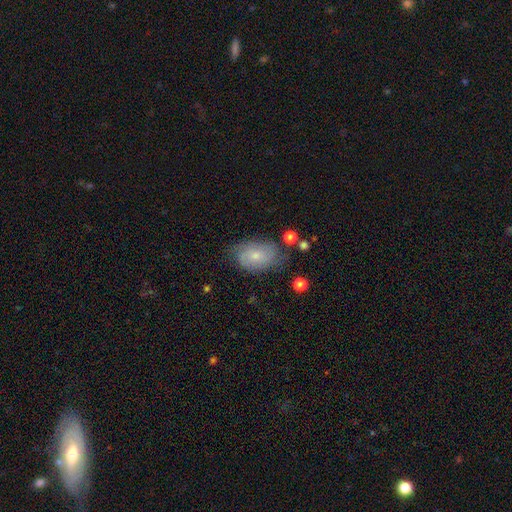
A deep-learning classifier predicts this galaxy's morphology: This appears to be a smooth galaxy with no disk features (53%) that is in between round and cigar-shaped (85%). Merging: none (60%).